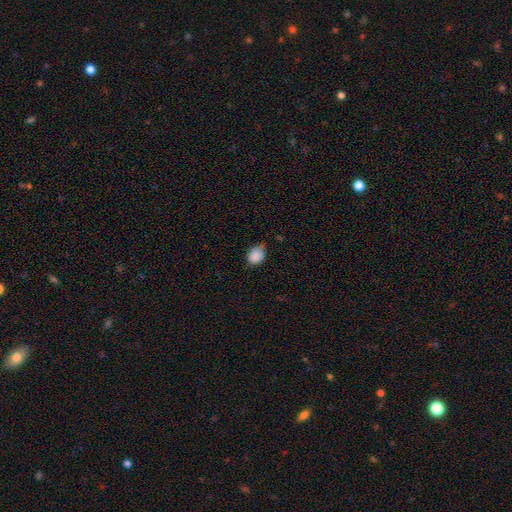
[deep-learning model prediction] The model was most divided on "merging": none: 52%, minor disturbance: 40%, major disturbance: 6%, merger: 2%. More confident: smooth or featured — smooth (87%); how rounded — in between (59%).